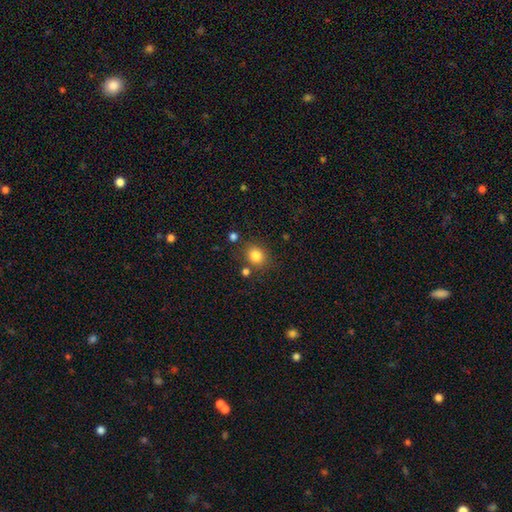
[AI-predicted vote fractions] Smooth or featured: smooth — 83% (star or artifact — 11%)
How rounded: round — 72% (in between — 27%)
Merging: none — 78% (minor disturbance — 11%)